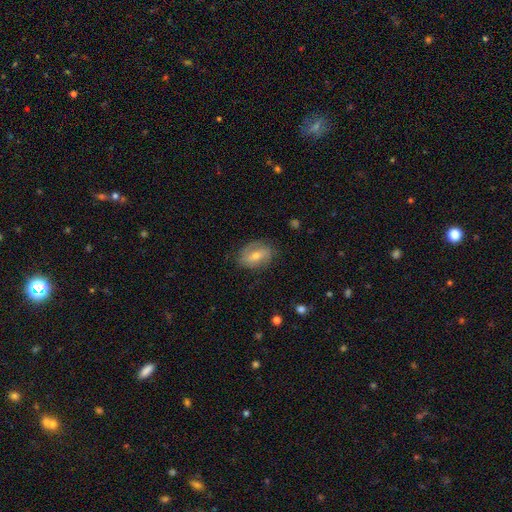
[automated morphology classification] A featured or disk galaxy (47%). Merging: none (73%).